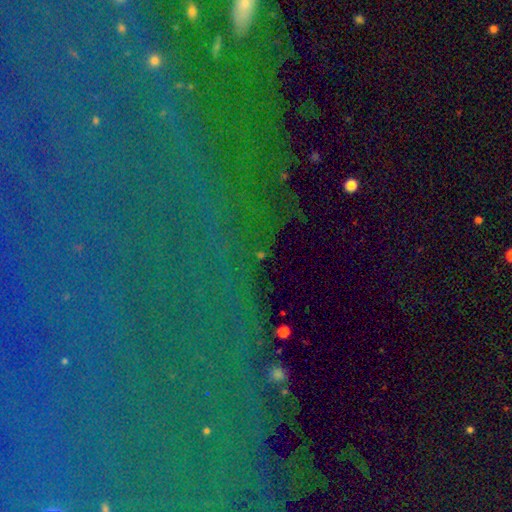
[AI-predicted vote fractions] Smooth or featured: star or artifact — 83% (featured or disk — 9%)